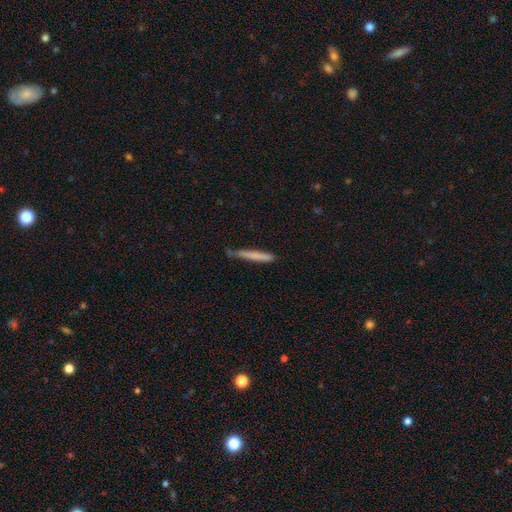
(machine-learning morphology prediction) A smooth galaxy with no disk features (73%) that is cigar-shaped (96%).

Vote fractions:
- Smooth or featured? smooth: 73% / featured or disk: 21% / star or artifact: 6%
- How rounded? cigar-shaped: 96% / in between: 3% / round: 1%
- Merging? none: 73% / minor disturbance: 20% / major disturbance: 4% / merger: 3%